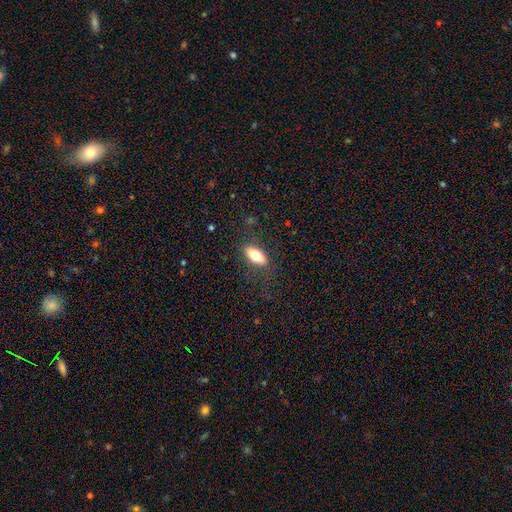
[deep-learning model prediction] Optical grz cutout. It shows a smooth galaxy with no disk features (76%) that is in between round and cigar-shaped (83%). Merging: none (83%).